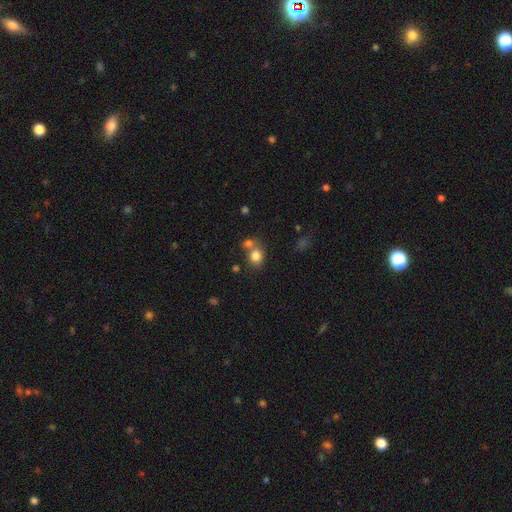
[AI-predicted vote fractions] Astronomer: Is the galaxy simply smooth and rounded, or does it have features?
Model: smooth — 81%.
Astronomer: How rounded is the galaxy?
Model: round — 73%.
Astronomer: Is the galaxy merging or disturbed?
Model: none — 53% (runner-up: merger, 32%).